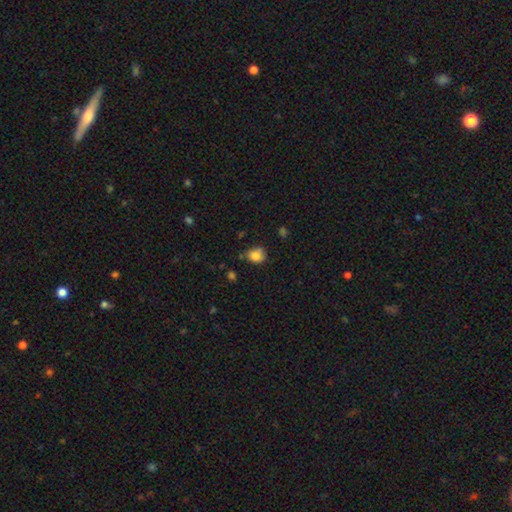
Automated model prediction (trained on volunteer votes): The model was most divided on "how rounded": round: 61%, in between: 38%, cigar-shaped: 1%. More confident: smooth or featured — smooth (83%); merging — none (62%).